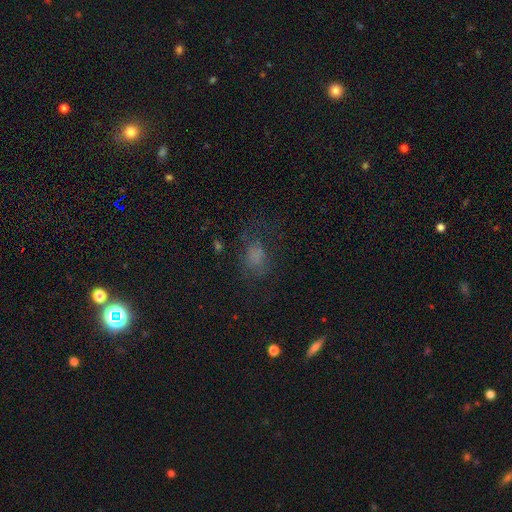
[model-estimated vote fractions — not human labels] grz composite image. It shows a smooth galaxy with no disk features (60%) that is in between round and cigar-shaped (62%). Merging: none (53%).